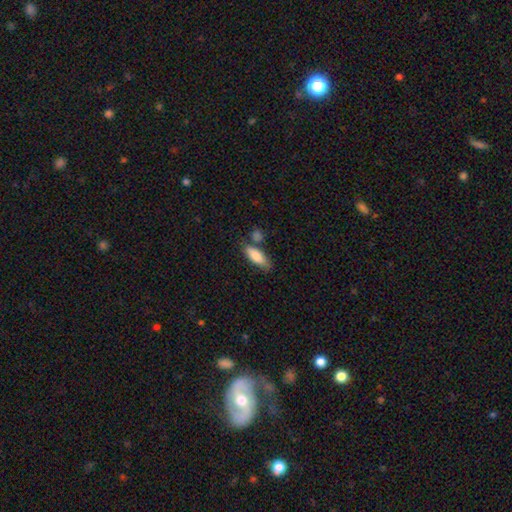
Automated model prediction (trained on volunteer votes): smooth_or_featured: smooth (p=0.82) [alt: featured or disk p=0.12]
how_rounded: in between (p=0.69) [alt: cigar-shaped p=0.29]
merging: none (p=0.65) [alt: minor disturbance p=0.16]